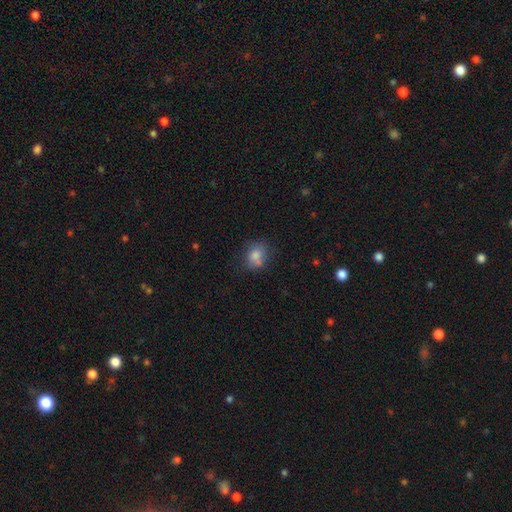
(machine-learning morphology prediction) smooth 76%, featured or disk 13%, star or artifact 11%. Down the decision tree: how rounded — round (55%); merging — none (56%).